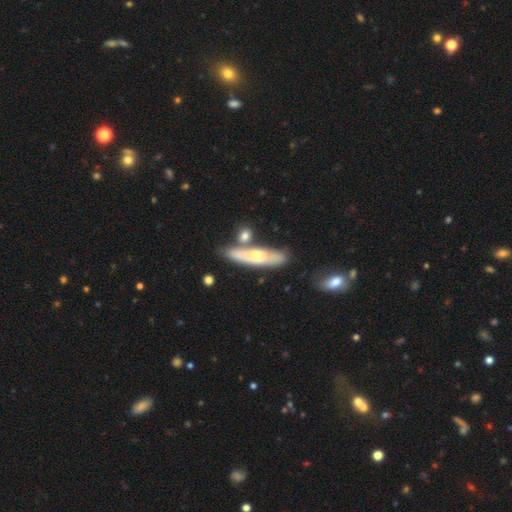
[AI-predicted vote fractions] This is possibly a smooth galaxy (47%, tied with featured or disk). Merging: likely none (65%).